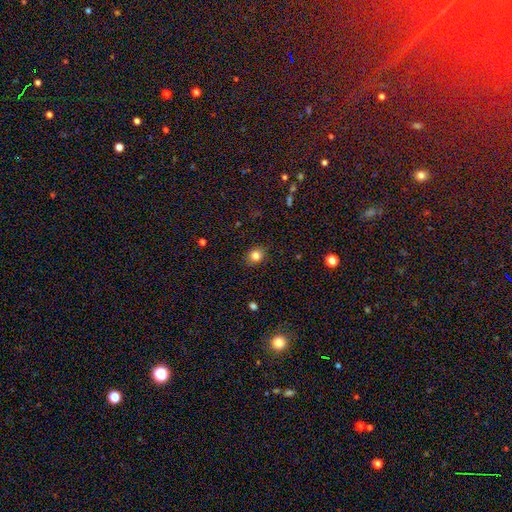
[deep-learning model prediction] This appears to be a smooth galaxy with no disk features (82%) that is round (70%). Merging: none (87%).